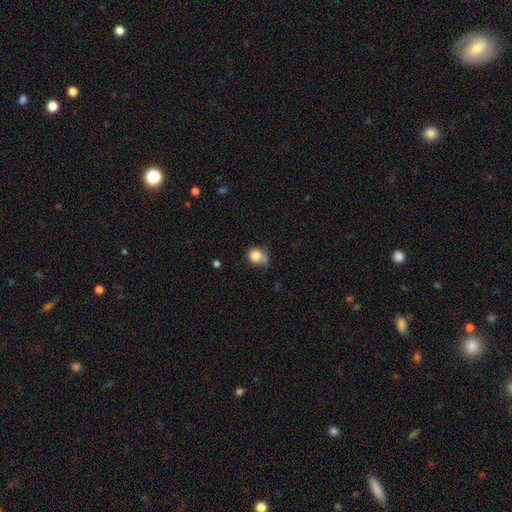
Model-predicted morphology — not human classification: smooth_or_featured: smooth (p=0.82) [alt: star or artifact p=0.10]
how_rounded: round (p=0.84) [alt: in between p=0.15]
merging: none (p=0.52) [alt: minor disturbance p=0.23]